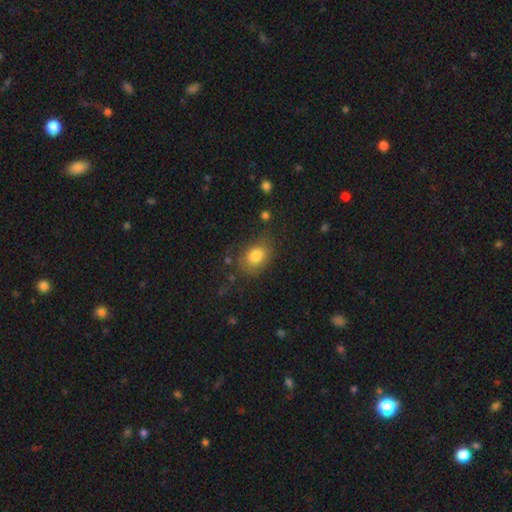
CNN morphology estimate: Smooth or featured? smooth (82%)
How rounded? in between (70%)
Merging? none (73%)